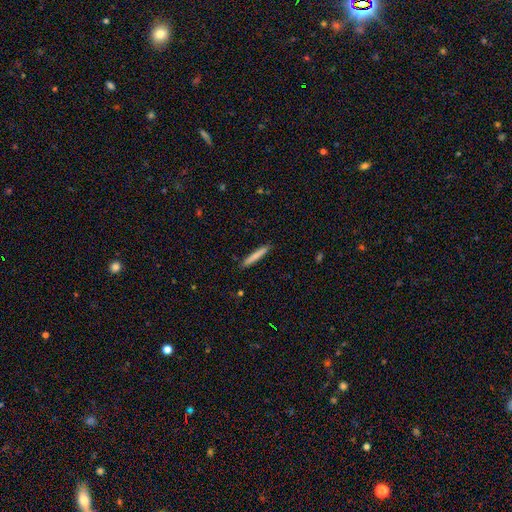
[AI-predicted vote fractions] The model was most divided on "smooth or featured": smooth: 78%, featured or disk: 16%, star or artifact: 6%. More confident: how rounded — cigar-shaped (95%); merging — none (91%).